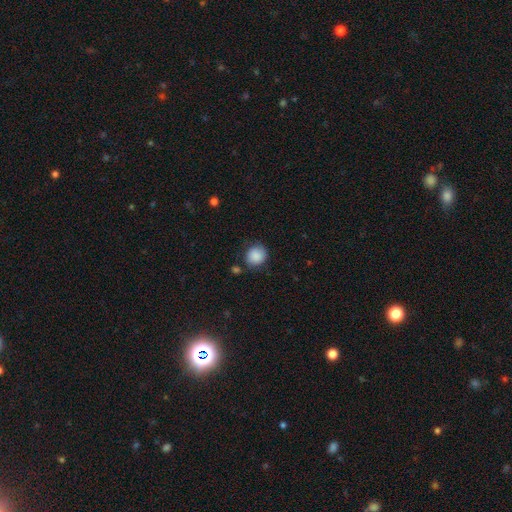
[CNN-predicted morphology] Smooth or featured?
  - smooth: 88% *
  - star or artifact: 8%
  - featured or disk: 4%
How rounded?
  - round: 85% *
  - in between: 14%
  - cigar-shaped: 1%
Merging?
  - none: 76% *
  - minor disturbance: 16%
  - major disturbance: 4%
  - merger: 4%